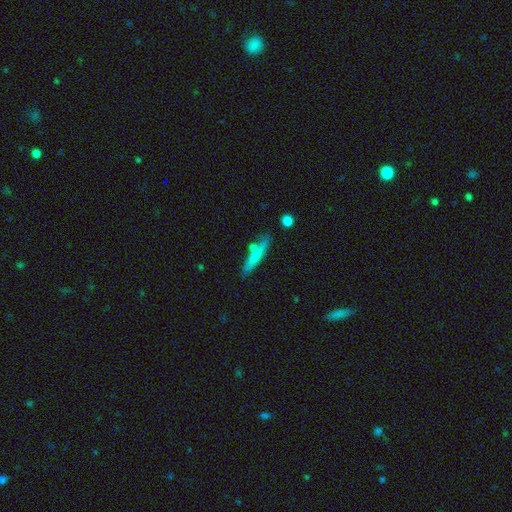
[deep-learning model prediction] Morphology: type=smooth (68%); roundness=cigar-shaped (89%); merging=none (75%).